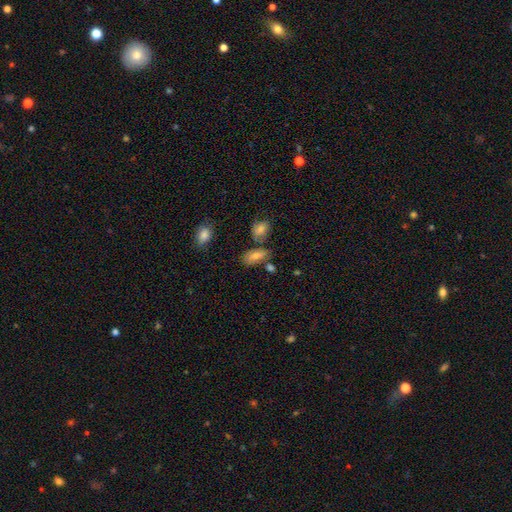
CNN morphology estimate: smooth 69%, featured or disk 18%, star or artifact 14%. Down the decision tree: how rounded — in between (79%); merging — none (61%).